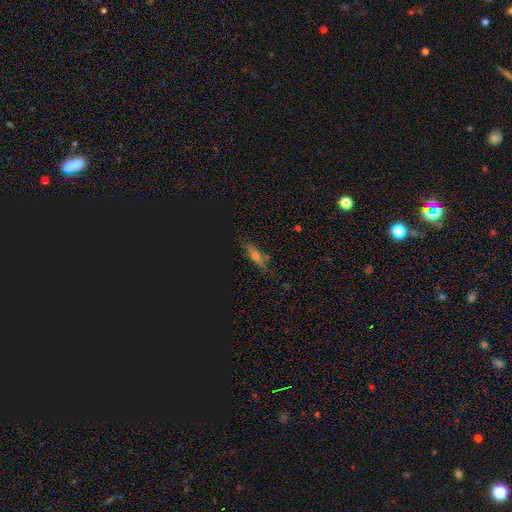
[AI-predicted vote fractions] Overall: smooth (48%; star or artifact 29%). Merging: none (75%).